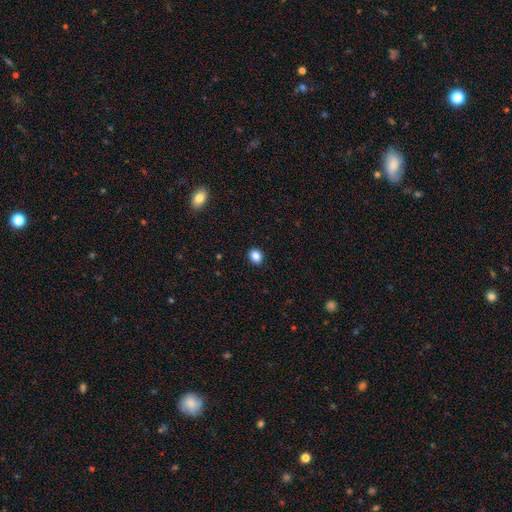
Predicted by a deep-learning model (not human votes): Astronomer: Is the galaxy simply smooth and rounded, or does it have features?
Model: smooth — 85%.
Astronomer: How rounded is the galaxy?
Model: round — 68%.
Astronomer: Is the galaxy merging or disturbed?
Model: none — 92%.